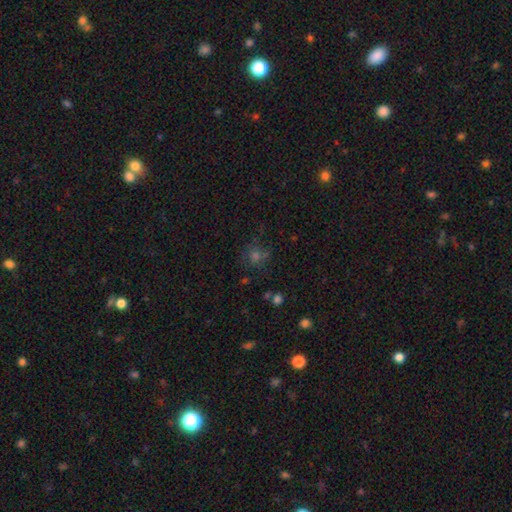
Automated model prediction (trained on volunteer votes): Morphology: type=smooth (49%); merging=none (69%).